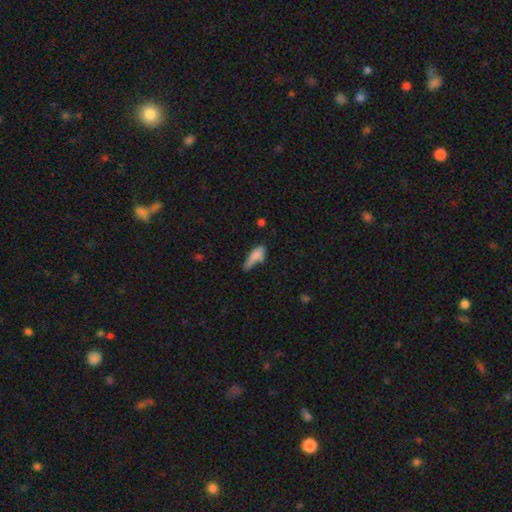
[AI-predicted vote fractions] smooth 76%, featured or disk 15%, star or artifact 9%. Down the decision tree: how rounded — in between (49%); merging — none (38%).